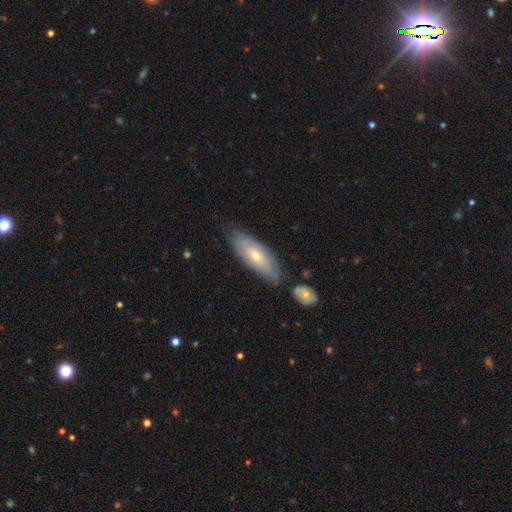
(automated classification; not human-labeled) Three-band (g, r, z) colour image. It shows a smooth galaxy with no disk features (48%). Merging: none (72%).